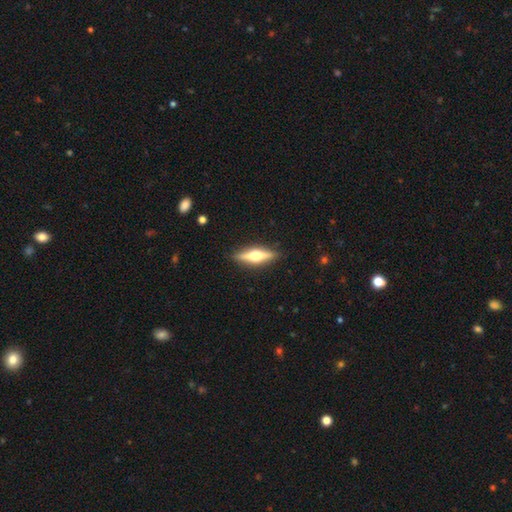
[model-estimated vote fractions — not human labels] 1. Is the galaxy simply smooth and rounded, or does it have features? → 63% featured or disk, 31% smooth, 5% star or artifact.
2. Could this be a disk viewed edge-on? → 96% yes, 4% no.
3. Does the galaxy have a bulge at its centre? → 95% rounded, 3% boxy, 2% none.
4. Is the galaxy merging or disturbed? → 90% none, 8% minor disturbance, 2% major disturbance, 1% merger.